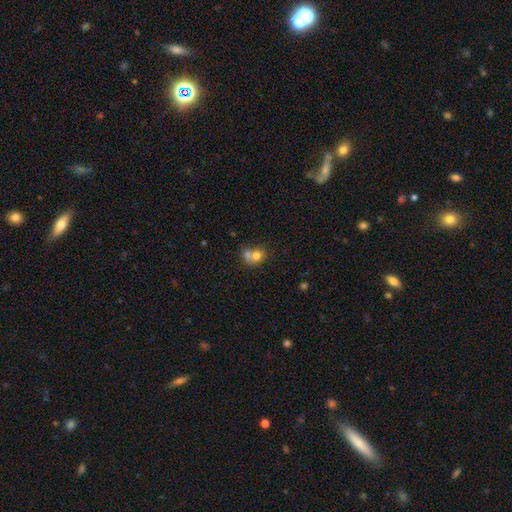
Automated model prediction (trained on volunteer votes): Smooth or featured: smooth — 73% (featured or disk — 17%)
How rounded: round — 62% (in between — 37%)
Merging: merger — 61% (none — 27%)